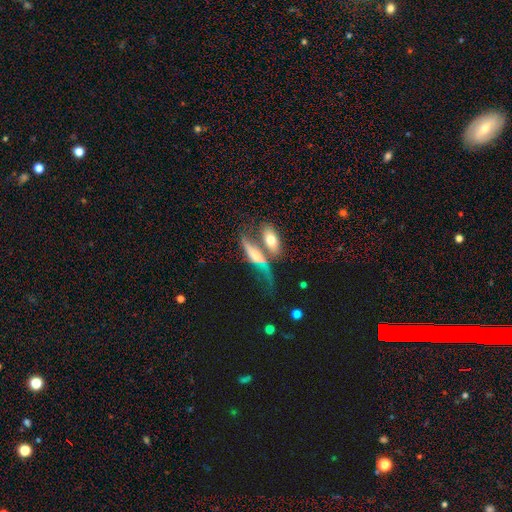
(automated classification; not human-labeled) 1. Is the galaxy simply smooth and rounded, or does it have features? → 54% featured or disk, 37% smooth, 9% star or artifact.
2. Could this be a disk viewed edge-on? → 52% no, 48% yes.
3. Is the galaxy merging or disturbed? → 52% merger, 24% none, 12% minor disturbance, 12% major disturbance.